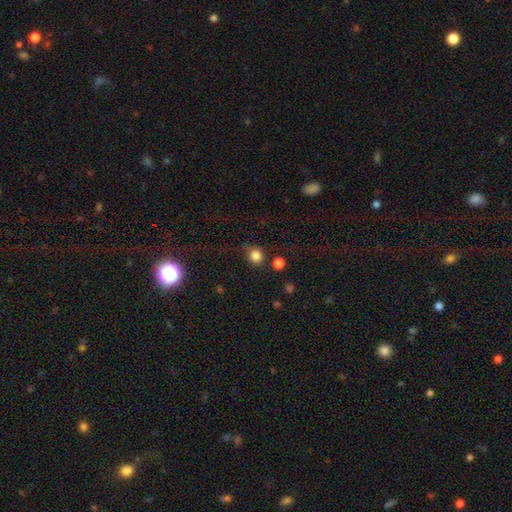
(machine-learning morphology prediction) Smooth or featured: smooth — 83% (star or artifact — 13%)
How rounded: round — 87% (in between — 12%)
Merging: none — 77% (minor disturbance — 12%)